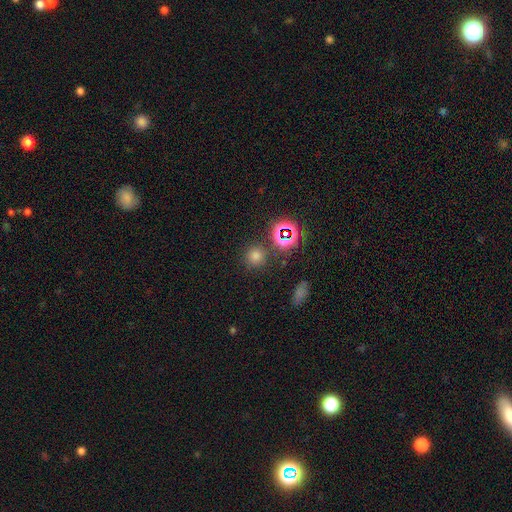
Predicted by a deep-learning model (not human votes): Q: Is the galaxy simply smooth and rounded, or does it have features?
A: smooth — 65%.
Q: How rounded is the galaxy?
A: round — 92%.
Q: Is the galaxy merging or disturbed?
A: none — 84%.